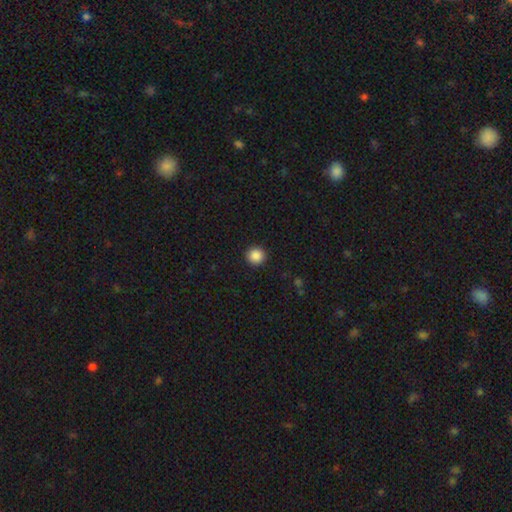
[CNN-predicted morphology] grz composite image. It shows a smooth galaxy with no disk features (87%) that is round (95%). Merging: none (93%).